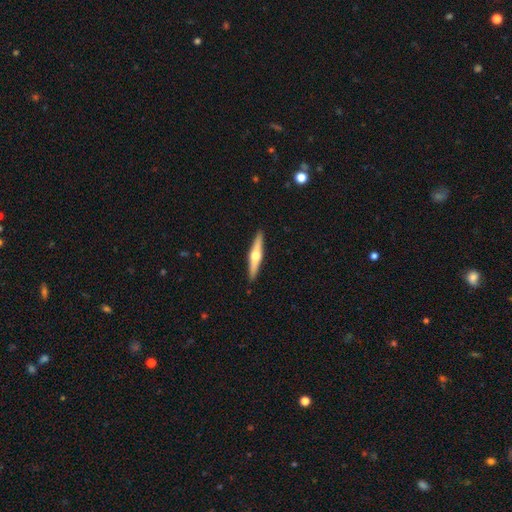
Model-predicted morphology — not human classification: A featured or disk galaxy (67%) viewed edge-on (97%) with a rounded central bulge (95%). Merging: none (92%).